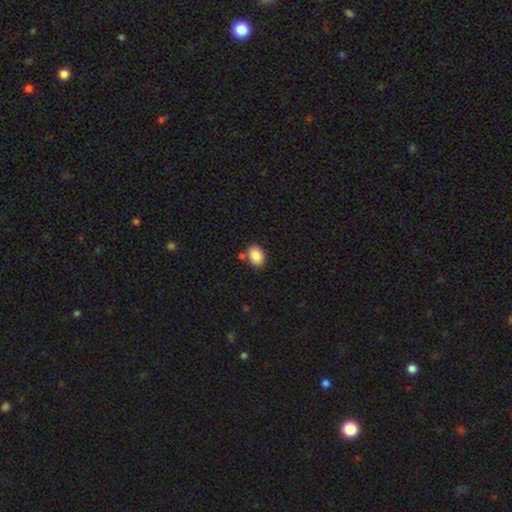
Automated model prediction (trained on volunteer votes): A smooth galaxy with no disk features (87%) that is in between round and cigar-shaped (73%). Merging: none (72%).